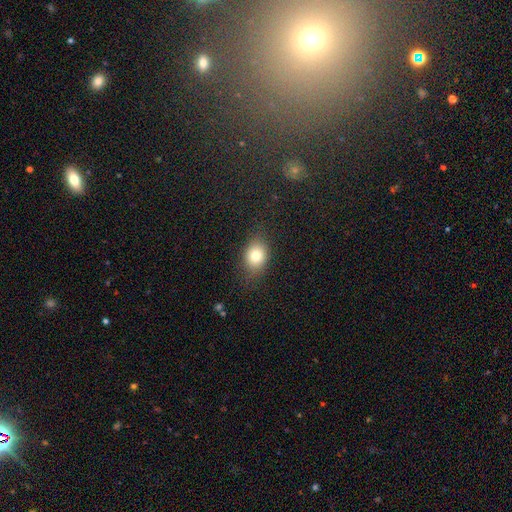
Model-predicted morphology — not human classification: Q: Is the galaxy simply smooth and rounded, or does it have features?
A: smooth — 79%.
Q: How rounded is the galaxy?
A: in between — 55%.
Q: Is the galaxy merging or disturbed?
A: none — 77%.